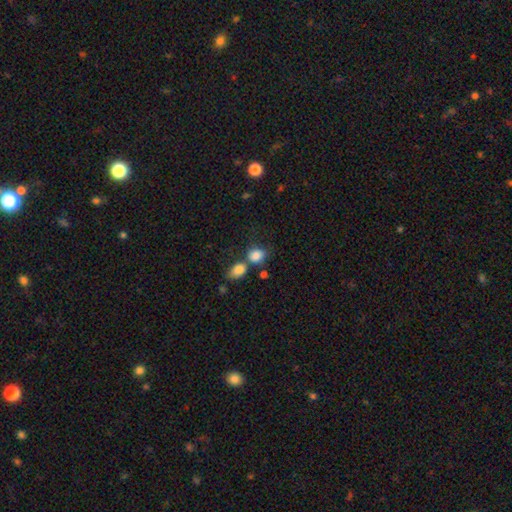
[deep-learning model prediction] smooth 84%, star or artifact 10%, featured or disk 6%. Down the decision tree: how rounded — round (50%); merging — none (45%).